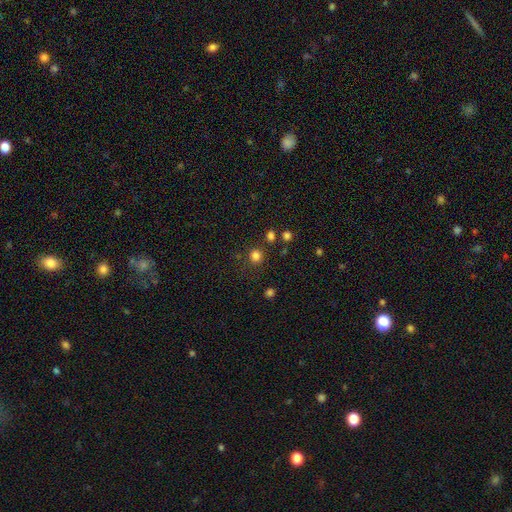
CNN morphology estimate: The model was most divided on "smooth or featured": smooth: 80%, star or artifact: 16%, featured or disk: 4%. More confident: how rounded — round (90%); merging — none (83%).